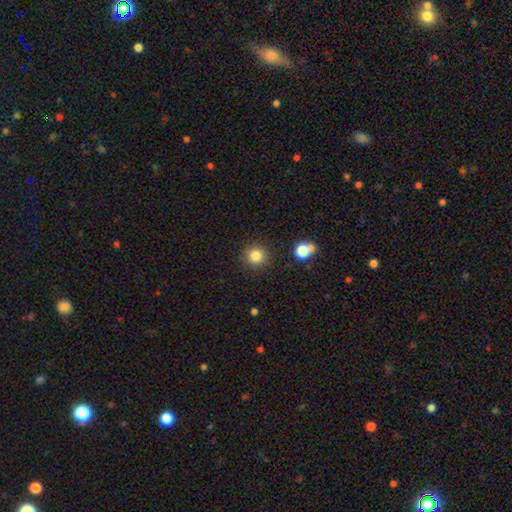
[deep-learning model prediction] Smooth or featured?
  - smooth: 83% *
  - star or artifact: 12%
  - featured or disk: 5%
How rounded?
  - round: 93% *
  - in between: 6%
  - cigar-shaped: 1%
Merging?
  - none: 88% *
  - minor disturbance: 7%
  - major disturbance: 3%
  - merger: 3%